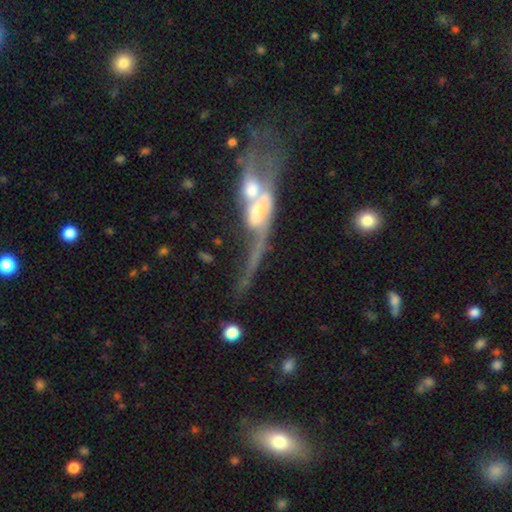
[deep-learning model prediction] featured or disk 69%, smooth 20%, star or artifact 12%. Down the decision tree: edge-on disk — no (59%); merging — merger (50%).